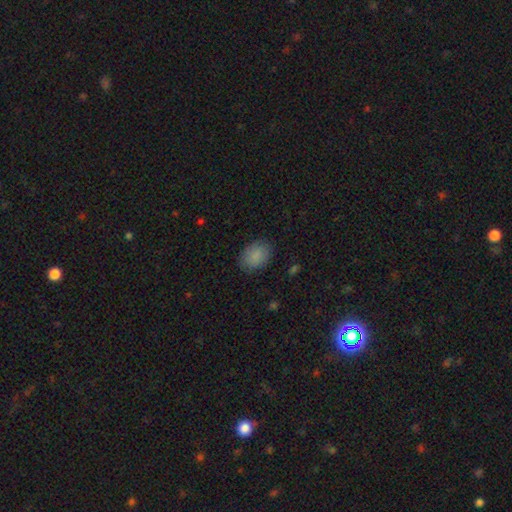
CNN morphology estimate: The model was most divided on "how rounded": in between: 72%, round: 27%, cigar-shaped: 1%. More confident: smooth or featured — smooth (87%); merging — none (83%).